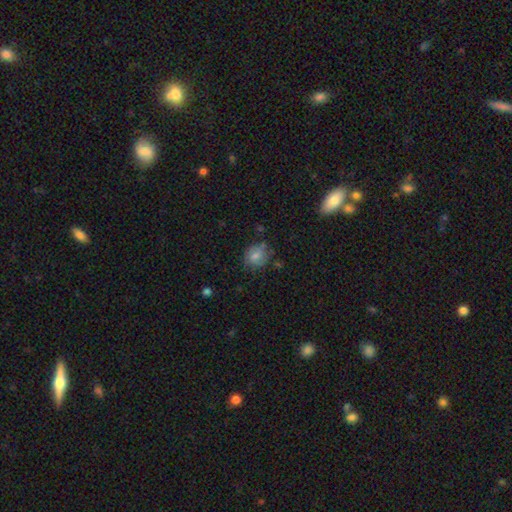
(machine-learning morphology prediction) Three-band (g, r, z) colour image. It shows a smooth galaxy with no disk features (72%) that is round (76%). Merging: none (73%).